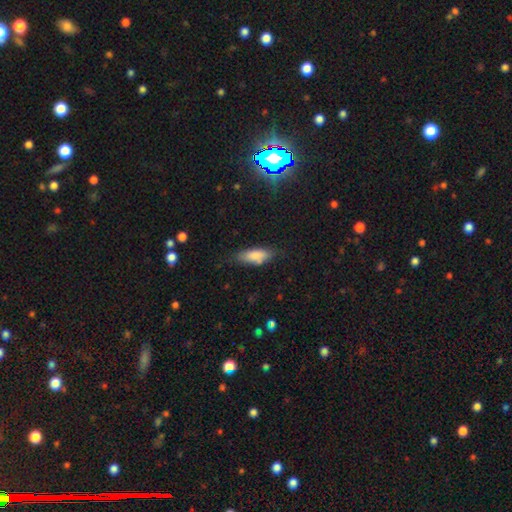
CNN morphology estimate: A smooth galaxy with no disk features (79%) that is in between round and cigar-shaped (70%). Merging: none (71%).